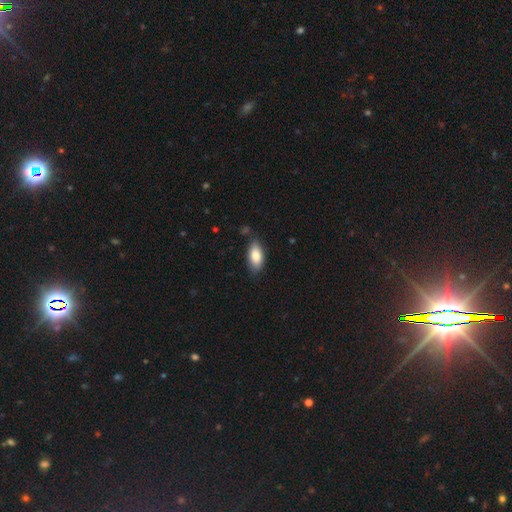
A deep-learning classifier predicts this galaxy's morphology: The model was most divided on "merging": none: 78%, minor disturbance: 16%, major disturbance: 3%, merger: 3%. More confident: how rounded — in between (89%); smooth or featured — smooth (82%).